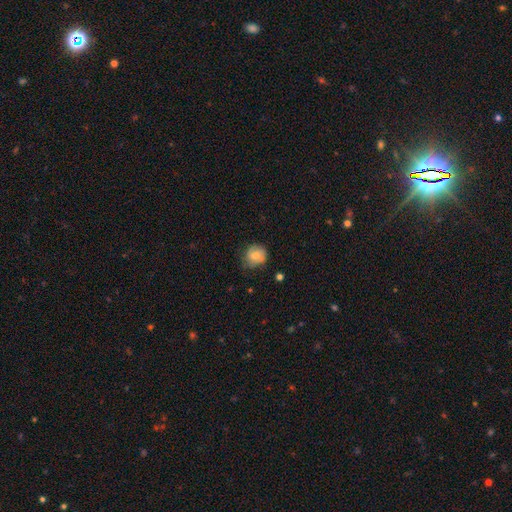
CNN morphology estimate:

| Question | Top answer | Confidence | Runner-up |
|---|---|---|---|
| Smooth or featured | smooth | 75% | featured or disk (17%) |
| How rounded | round | 80% | in between (20%) |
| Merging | none | 63% | minor disturbance (29%) |